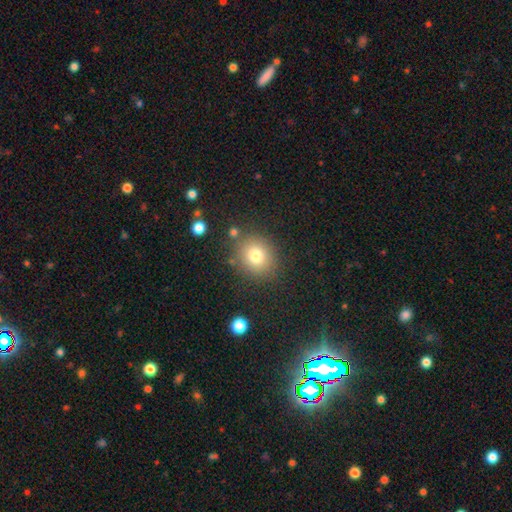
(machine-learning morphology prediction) smooth-or-featured: smooth: 77% | star or artifact: 13% | featured or disk: 10%
  how-rounded: round: 79% | in between: 20% | cigar-shaped: 1%
  merging: none: 81% | minor disturbance: 11% | merger: 4% | major disturbance: 4%